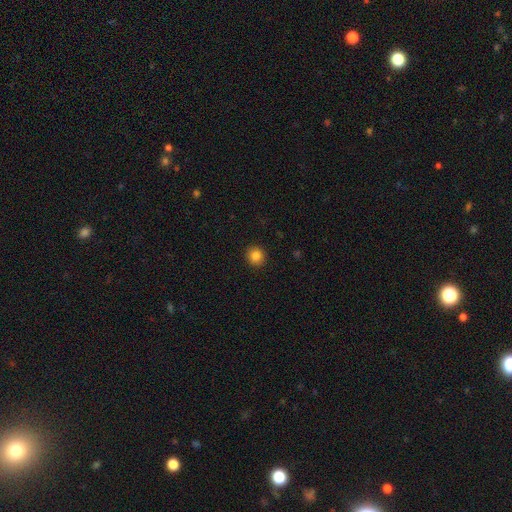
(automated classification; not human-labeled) A smooth galaxy with no disk features (84%) that is round (92%). Merging: none (93%).